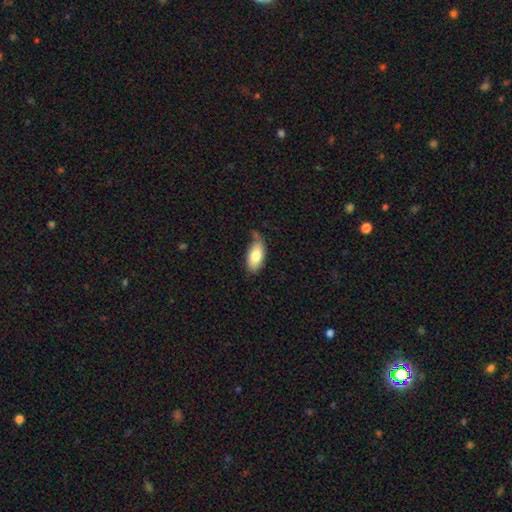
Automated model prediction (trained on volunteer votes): This appears to be a smooth galaxy with no disk features (79%) that is in between round and cigar-shaped (92%). Merging: none (55%).